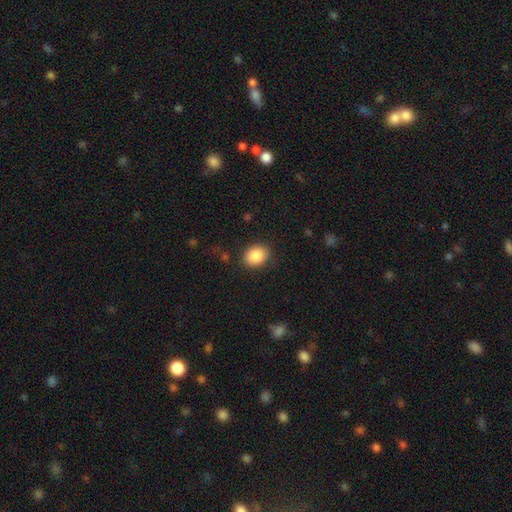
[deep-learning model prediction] Smooth or featured? smooth (87%)
How rounded? in between (55%)
Merging? none (86%)